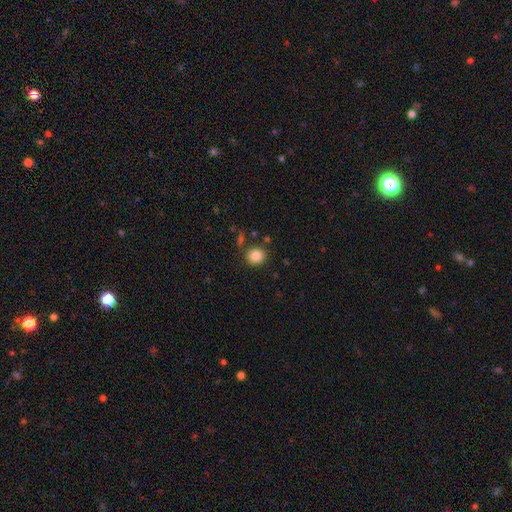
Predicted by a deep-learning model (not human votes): Q: Smooth or featured?
A: smooth (86%); runner-up: star or artifact (10%)
Q: How rounded?
A: round (82%); runner-up: in between (18%)
Q: Merging?
A: none (84%); runner-up: minor disturbance (9%)